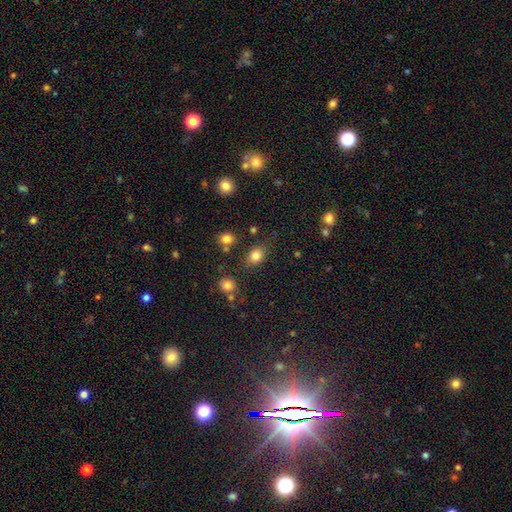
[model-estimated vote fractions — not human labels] Morphology: type=smooth (81%); roundness=in between (62%); merging=none (75%).